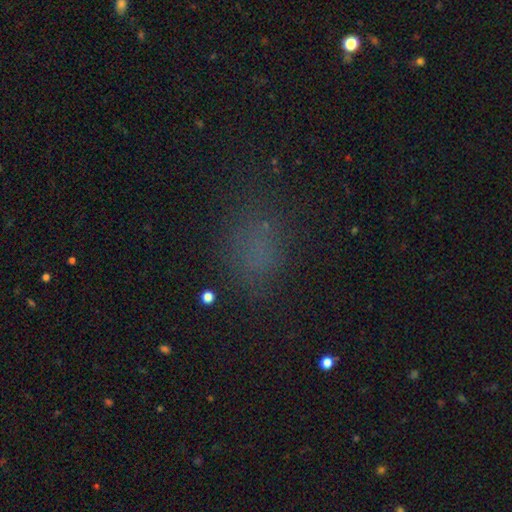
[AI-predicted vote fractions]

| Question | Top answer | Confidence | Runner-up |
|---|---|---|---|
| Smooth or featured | smooth | 63% | star or artifact (28%) |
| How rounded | in between | 63% | round (35%) |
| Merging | none | 73% | minor disturbance (15%) |